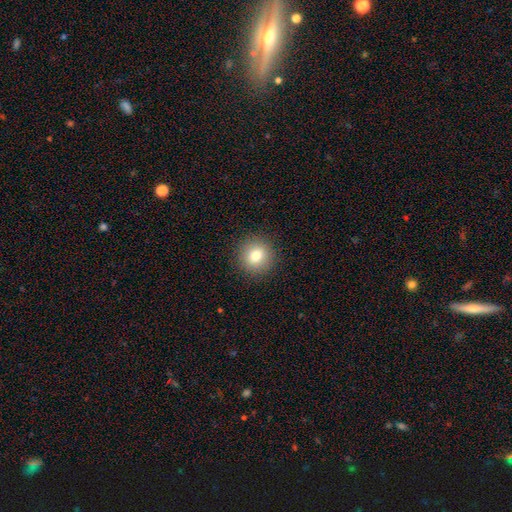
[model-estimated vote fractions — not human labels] Q: Smooth or featured?
A: smooth (79%); runner-up: star or artifact (11%)
Q: How rounded?
A: round (92%); runner-up: in between (7%)
Q: Merging?
A: none (91%); runner-up: minor disturbance (6%)